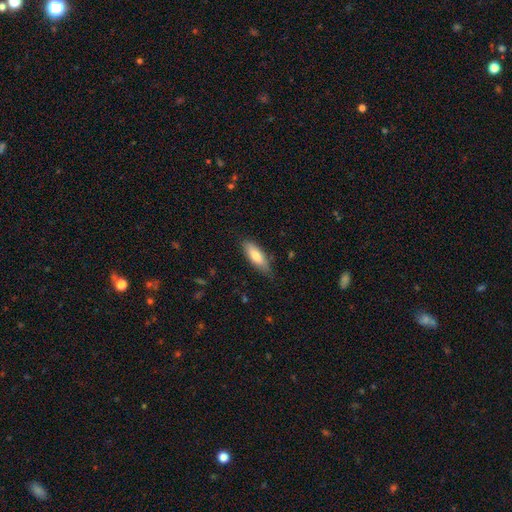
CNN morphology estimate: smooth 78%, featured or disk 16%, star or artifact 6%. Down the decision tree: how rounded — in between (64%); merging — none (75%).